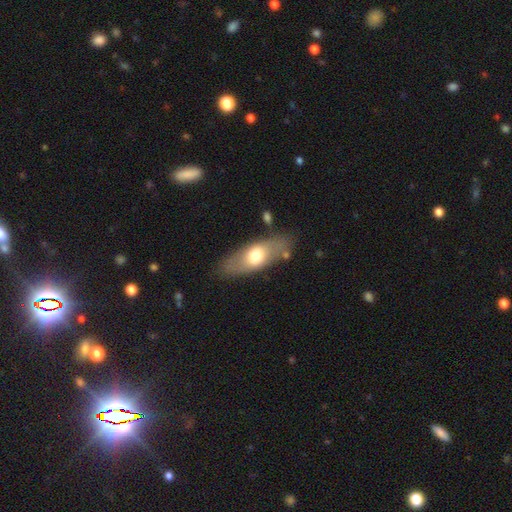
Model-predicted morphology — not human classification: Smooth or featured: smooth — 60% (featured or disk — 34%)
How rounded: in between — 76% (cigar-shaped — 20%)
Merging: none — 77% (minor disturbance — 14%)